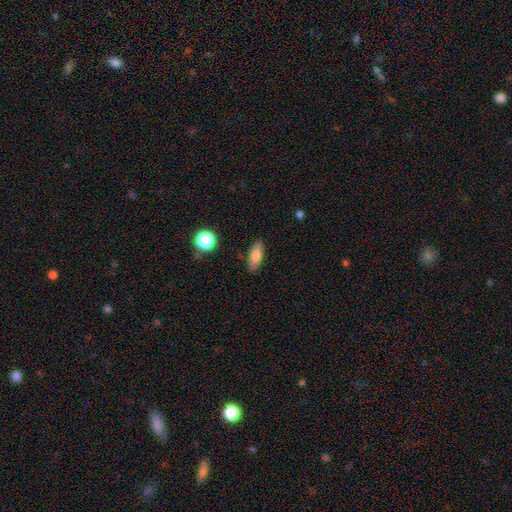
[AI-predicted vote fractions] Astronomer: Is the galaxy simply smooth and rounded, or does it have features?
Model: smooth — 77%.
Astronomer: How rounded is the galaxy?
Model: in between — 72%.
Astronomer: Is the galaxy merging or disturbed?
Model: none — 86%.